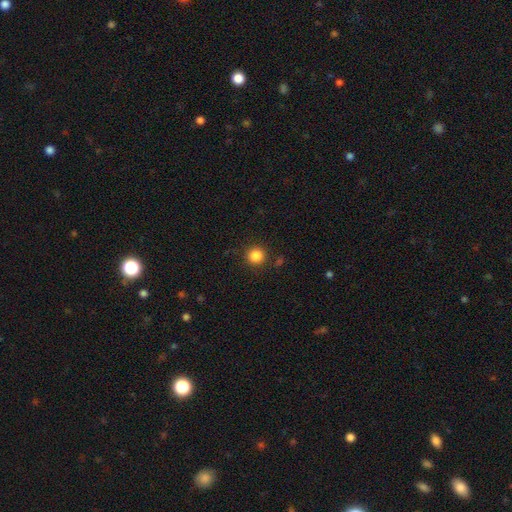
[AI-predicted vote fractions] This is clearly a smooth galaxy (85%). How rounded: clearly round (94%). Merging: clearly none (89%).